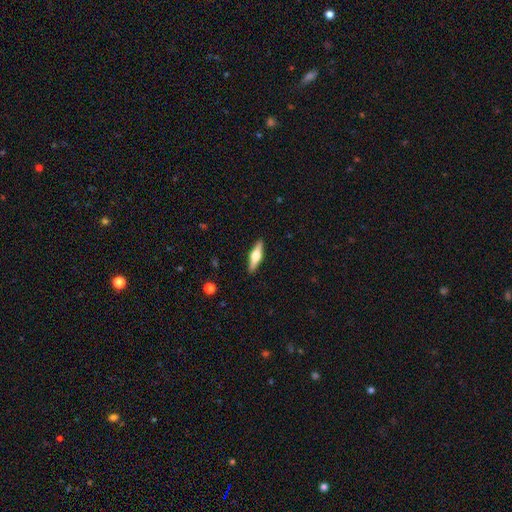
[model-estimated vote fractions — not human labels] A featured or disk galaxy (62%) viewed edge-on (96%) with a rounded central bulge (95%).

Vote fractions:
- Smooth or featured? featured or disk: 62% / smooth: 33% / star or artifact: 5%
- Edge-on disk? yes: 96% / no: 4%
- Edge-on bulge? rounded: 95% / boxy: 4% / none: 2%
- Merging? none: 91% / minor disturbance: 7% / major disturbance: 1% / merger: 1%